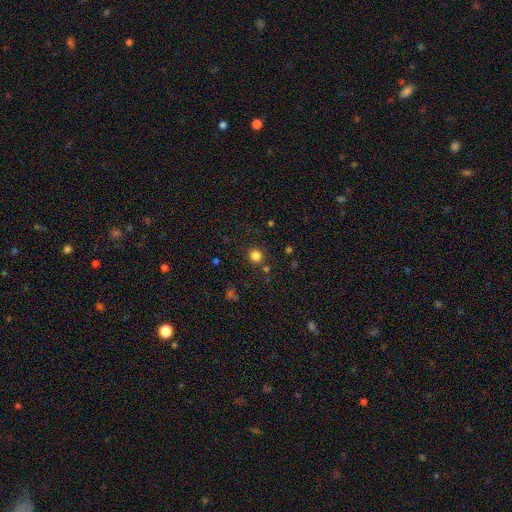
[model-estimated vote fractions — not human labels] Smooth or featured? smooth (80%)
How rounded? round (92%)
Merging? none (87%)